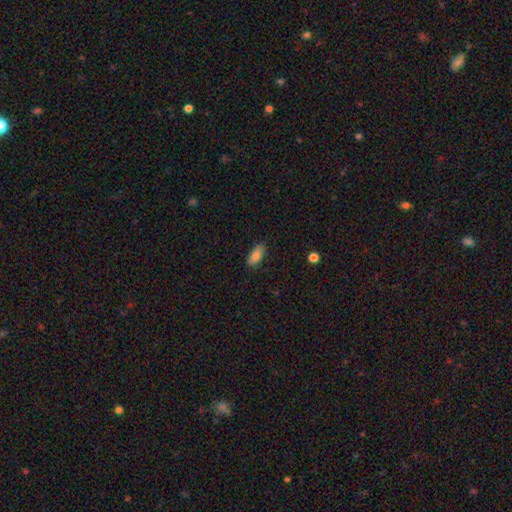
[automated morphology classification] A smooth galaxy with no disk features (84%) that is in between round and cigar-shaped (87%). Merging: none (84%).